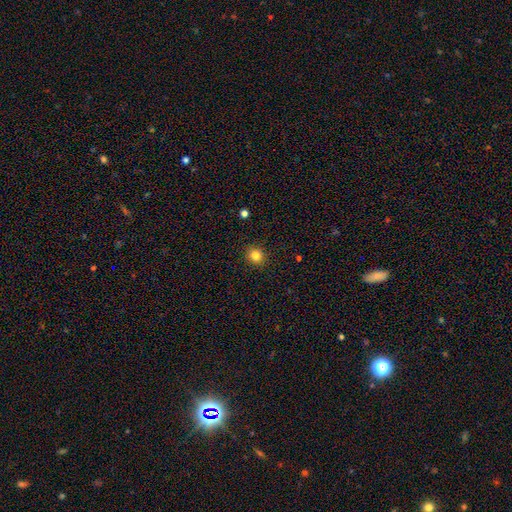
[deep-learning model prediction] A smooth galaxy with no disk features (83%) that is round (84%).

Vote fractions:
- Smooth or featured? smooth: 83% / star or artifact: 12% / featured or disk: 5%
- How rounded? round: 84% / in between: 15% / cigar-shaped: 1%
- Merging? none: 91% / minor disturbance: 6% / major disturbance: 2% / merger: 1%